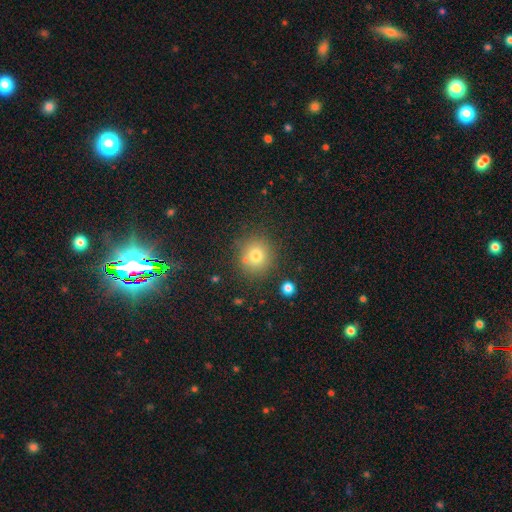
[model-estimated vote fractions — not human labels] Smooth or featured? smooth (75%)
How rounded? round (90%)
Merging? none (79%)